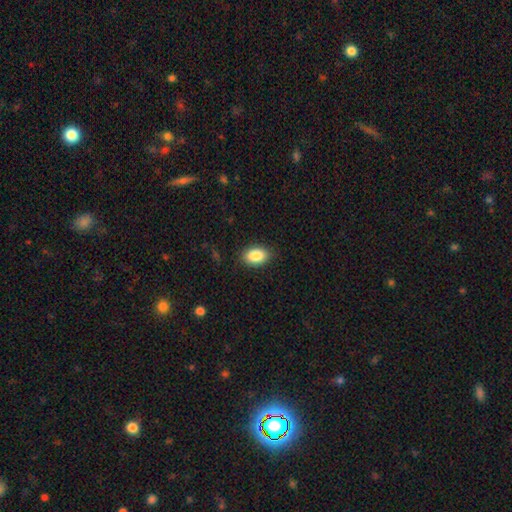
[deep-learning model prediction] Smooth or featured: smooth — 88% (star or artifact — 7%)
How rounded: in between — 89% (round — 10%)
Merging: none — 87% (minor disturbance — 10%)